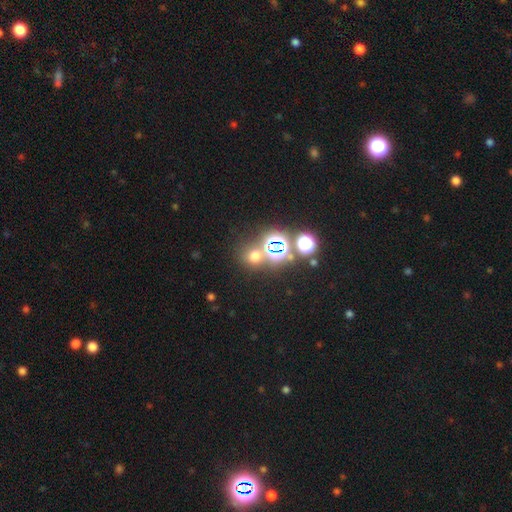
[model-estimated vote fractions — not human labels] A smooth galaxy with no disk features (52%) that is round (85%).

Vote fractions:
- Smooth or featured? smooth: 52% / star or artifact: 40% / featured or disk: 7%
- How rounded? round: 85% / in between: 14% / cigar-shaped: 1%
- Merging? none: 70% / merger: 17% / minor disturbance: 8% / major disturbance: 5%